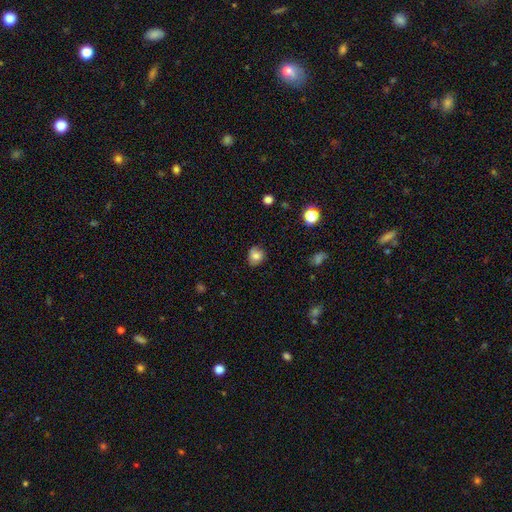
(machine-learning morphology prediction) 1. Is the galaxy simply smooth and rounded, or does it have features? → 77% smooth, 12% featured or disk, 11% star or artifact.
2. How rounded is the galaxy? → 69% round, 30% in between, 1% cigar-shaped.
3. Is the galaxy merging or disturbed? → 76% none, 19% minor disturbance, 4% major disturbance, 2% merger.